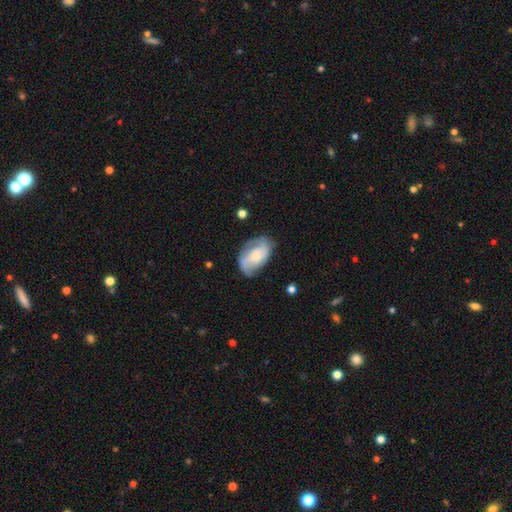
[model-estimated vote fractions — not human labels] Smooth or featured? featured or disk (54%)
Edge-on disk? no (96%)
Bar? no (59%)
Spiral arms? yes (81%)
Bulge size? small (42%)
Merging? none (61%)